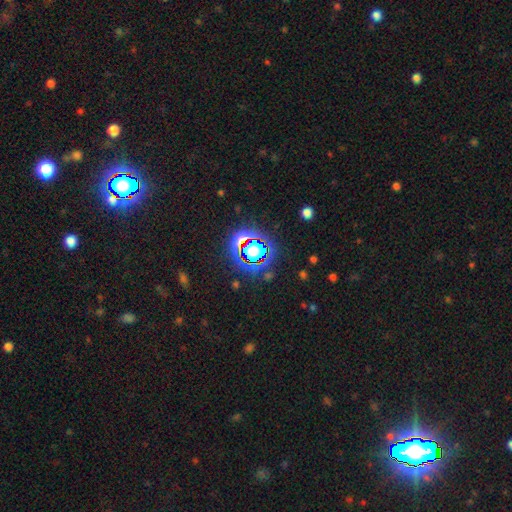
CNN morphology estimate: Smooth or featured?
  - star or artifact: 80% *
  - smooth: 12%
  - featured or disk: 7%